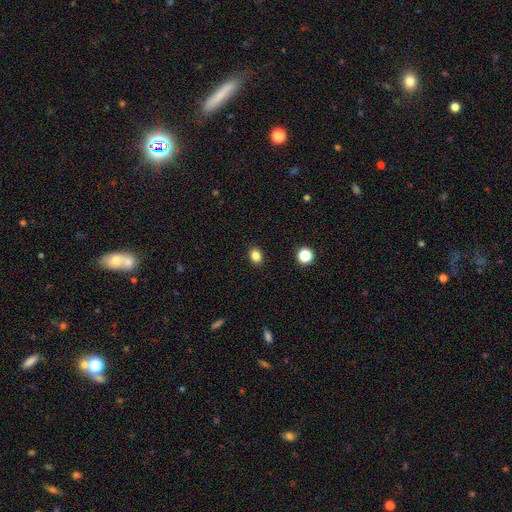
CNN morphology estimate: Smooth or featured? Predicted: smooth (p=0.84). How rounded? Predicted: in between (p=0.60). Merging? Predicted: none (p=0.90).